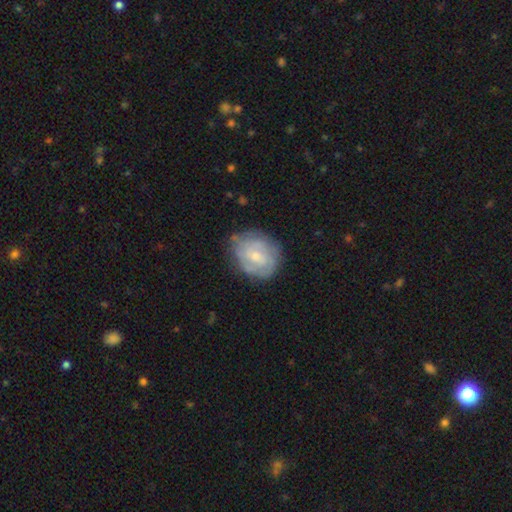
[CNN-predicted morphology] smooth-or-featured: featured or disk: 59% | smooth: 35% | star or artifact: 6%
  disk-edge-on: no: 97% | yes: 3%
    bar: no: 57% | weak: 37% | strong: 6%
    has-spiral-arms: yes: 69% | no: 31%
    bulge-size: small: 60% | moderate: 34% | none: 4% | large: 2% | dominant: 1%
  merging: none: 70% | minor disturbance: 21% | major disturbance: 7% | merger: 2%